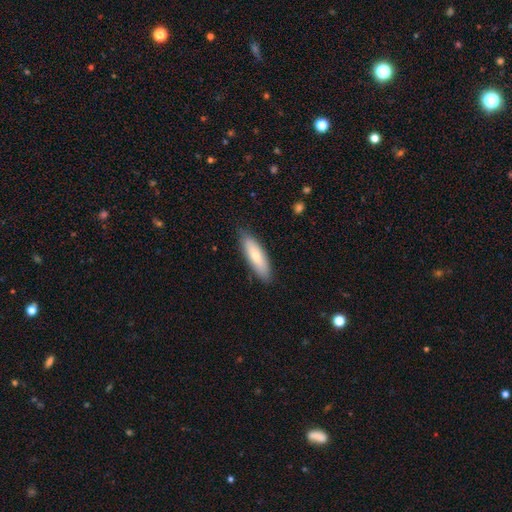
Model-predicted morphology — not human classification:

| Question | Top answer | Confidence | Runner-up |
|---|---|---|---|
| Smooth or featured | smooth | 70% | featured or disk (25%) |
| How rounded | cigar-shaped | 51% | in between (47%) |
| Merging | none | 85% | minor disturbance (12%) |